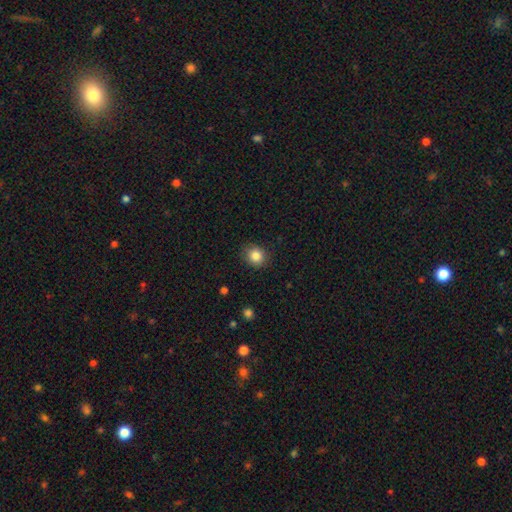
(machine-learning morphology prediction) smooth 85%, star or artifact 10%, featured or disk 5%. Down the decision tree: how rounded — round (77%); merging — none (86%).